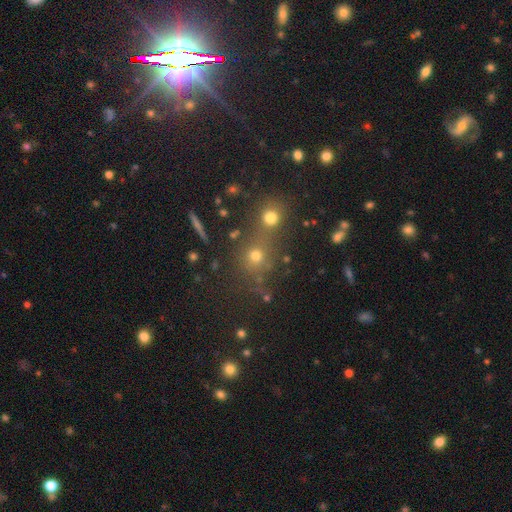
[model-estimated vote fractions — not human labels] Smooth or featured?
  - smooth: 64% *
  - star or artifact: 25%
  - featured or disk: 11%
How rounded?
  - round: 86% *
  - in between: 12%
  - cigar-shaped: 2%
Merging?
  - none: 54% *
  - merger: 34%
  - minor disturbance: 8%
  - major disturbance: 4%